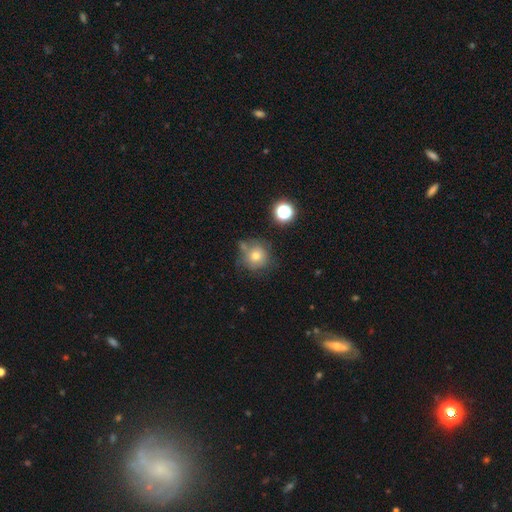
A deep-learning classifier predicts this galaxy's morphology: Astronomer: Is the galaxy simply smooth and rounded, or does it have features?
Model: smooth — 71%.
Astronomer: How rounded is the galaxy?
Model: round — 90%.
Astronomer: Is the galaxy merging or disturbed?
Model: none — 62%.